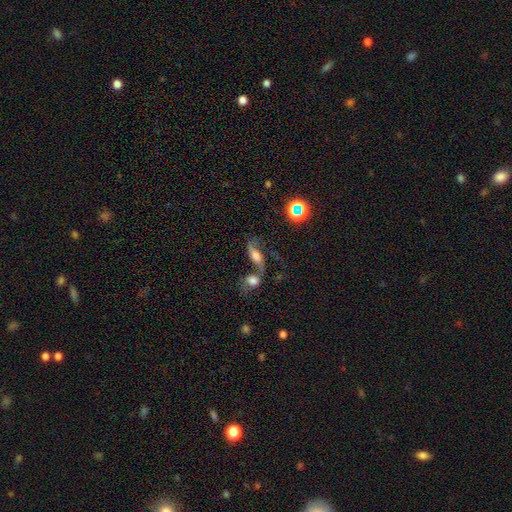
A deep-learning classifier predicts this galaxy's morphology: Smooth or featured? Predicted: featured or disk (p=0.50). Edge-on disk? Predicted: no (p=0.82). Merging? Predicted: merger (p=0.50).